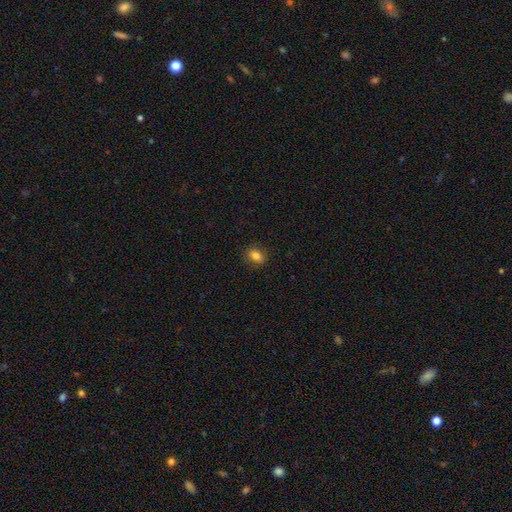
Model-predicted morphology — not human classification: A smooth galaxy with no disk features (82%) that is in between round and cigar-shaped (65%).

Vote fractions:
- Smooth or featured? smooth: 82% / star or artifact: 10% / featured or disk: 7%
- How rounded? in between: 65% / round: 33% / cigar-shaped: 2%
- Merging? none: 88% / minor disturbance: 9% / major disturbance: 2% / merger: 1%